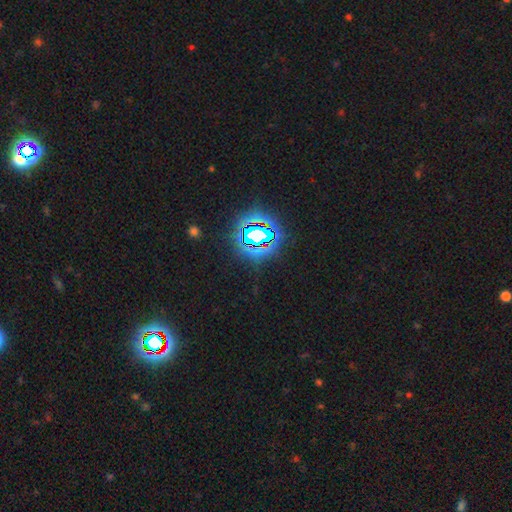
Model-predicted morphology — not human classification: Smooth or featured: star or artifact — 81% (smooth — 12%)